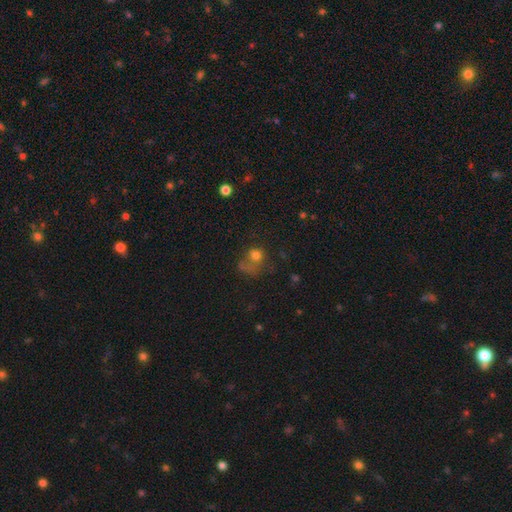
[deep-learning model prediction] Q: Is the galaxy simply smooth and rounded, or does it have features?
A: smooth — 66%.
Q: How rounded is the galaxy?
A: round — 71%.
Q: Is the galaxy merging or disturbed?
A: major disturbance — 38%.